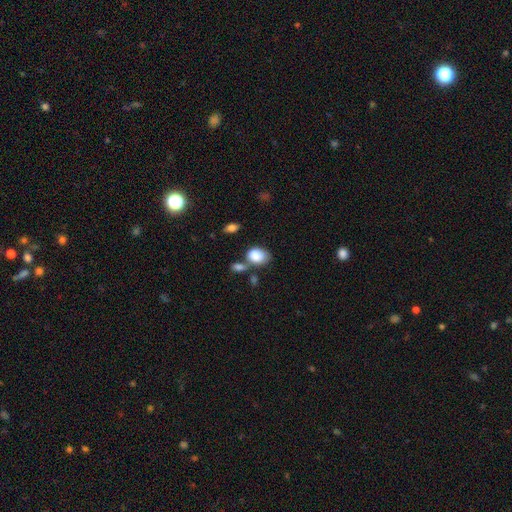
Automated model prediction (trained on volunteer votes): Q: Smooth or featured?
A: smooth (85%); runner-up: star or artifact (8%)
Q: How rounded?
A: in between (74%); runner-up: round (25%)
Q: Merging?
A: none (46%); runner-up: merger (29%)